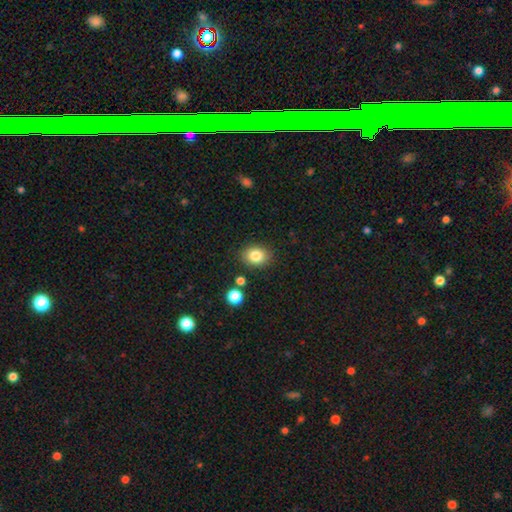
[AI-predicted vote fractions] A smooth galaxy with no disk features (83%) that is in between round and cigar-shaped (52%). Merging: none (85%).